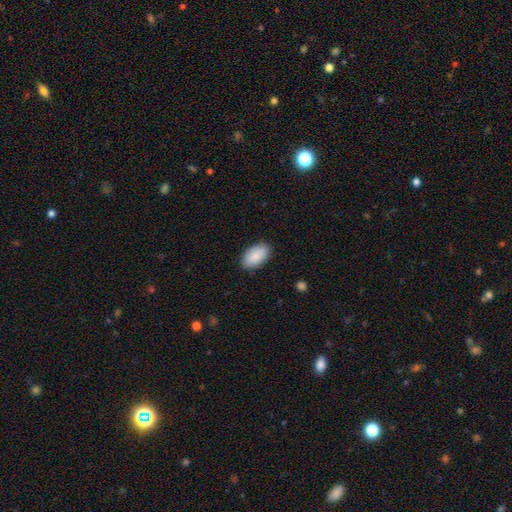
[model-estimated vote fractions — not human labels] Smooth or featured? Predicted: smooth (p=0.90). How rounded? Predicted: in between (p=0.95). Merging? Predicted: none (p=0.87).